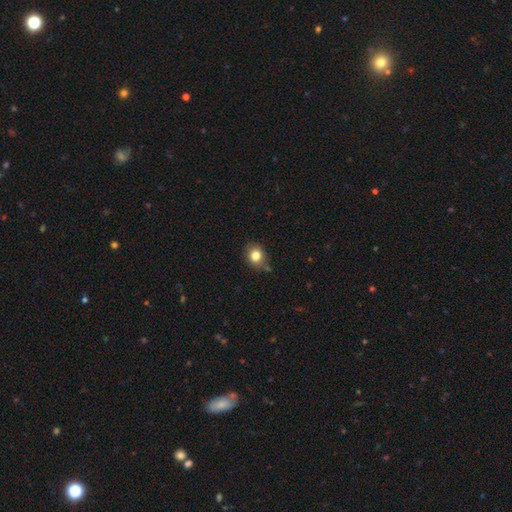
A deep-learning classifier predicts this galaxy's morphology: A smooth galaxy with no disk features (82%) that is round (68%). Merging: none (76%).